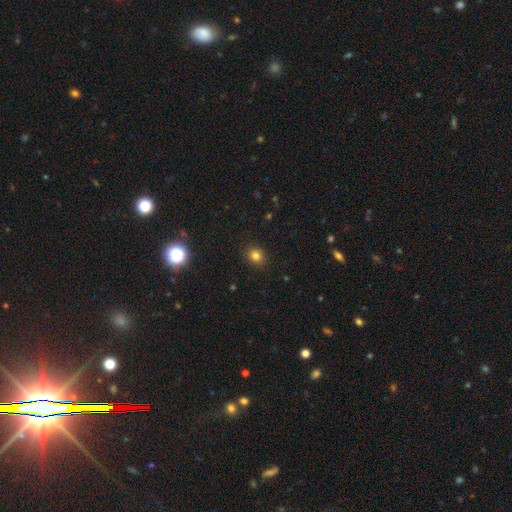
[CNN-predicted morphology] This is clearly a smooth galaxy (81%). How rounded: likely round (73%). Merging: clearly none (90%).